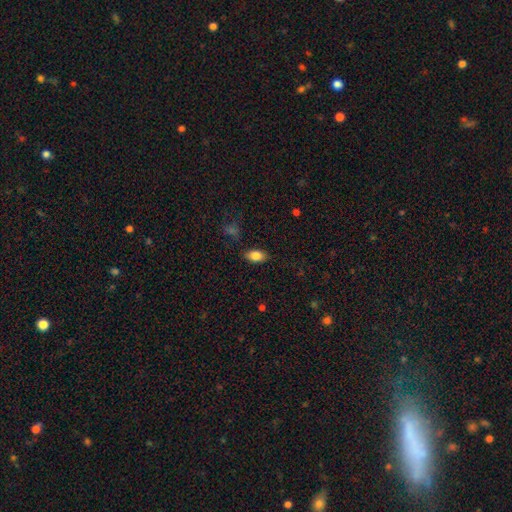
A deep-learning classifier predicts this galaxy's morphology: smooth-or-featured: smooth: 83% | featured or disk: 8% | star or artifact: 8%
  how-rounded: in between: 89% | round: 8% | cigar-shaped: 3%
  merging: none: 84% | minor disturbance: 11% | major disturbance: 3% | merger: 1%